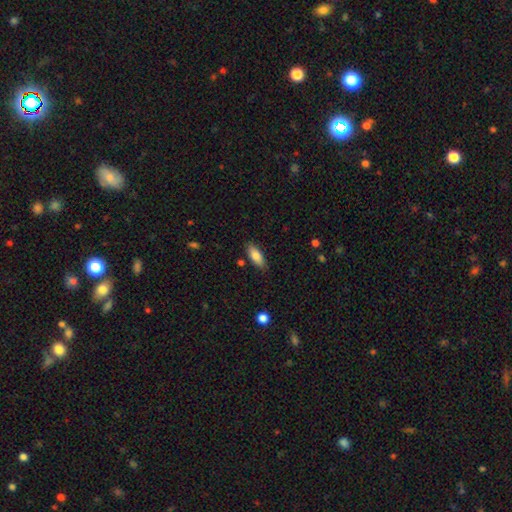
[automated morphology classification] Overall: smooth (82%). How rounded: in between (77%). Merging: none (84%).